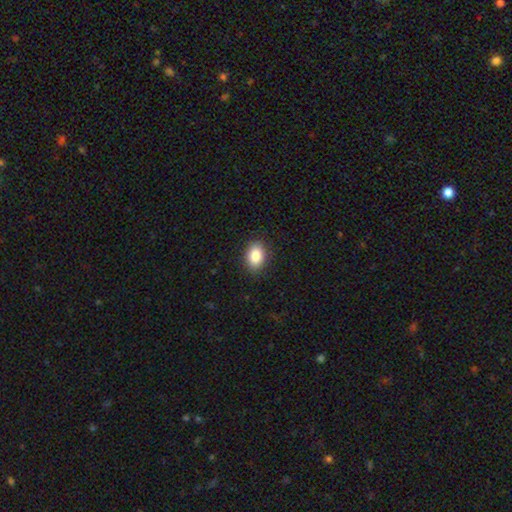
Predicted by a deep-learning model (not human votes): This appears to be a smooth galaxy with no disk features (87%) that is in between round and cigar-shaped (83%). Merging: none (88%).